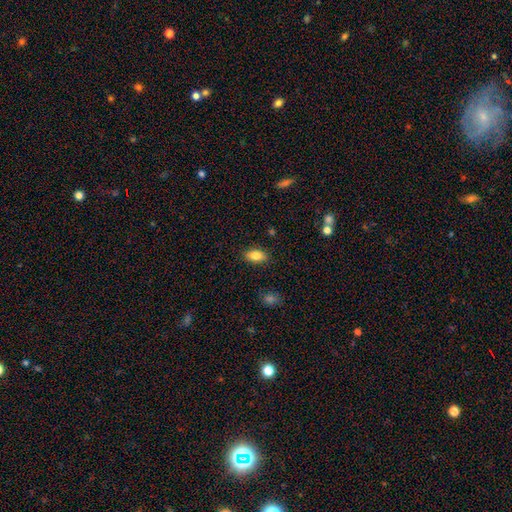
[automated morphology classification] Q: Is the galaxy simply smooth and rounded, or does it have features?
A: smooth — 83%.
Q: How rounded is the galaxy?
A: in between — 90%.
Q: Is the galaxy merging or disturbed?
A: none — 87%.